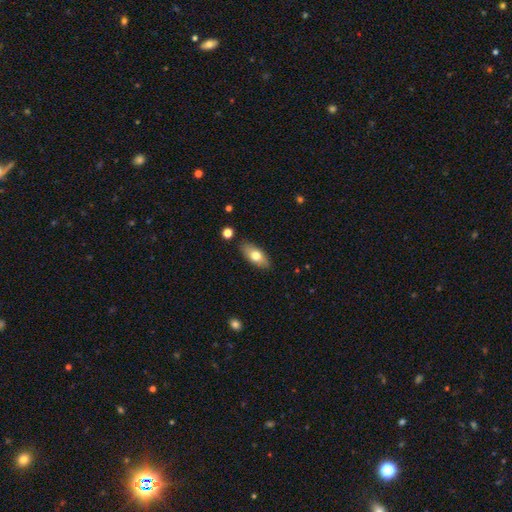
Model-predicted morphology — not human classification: A smooth galaxy with no disk features (72%) that is in between round and cigar-shaped (86%).

Vote fractions:
- Smooth or featured? smooth: 72% / featured or disk: 22% / star or artifact: 7%
- How rounded? in between: 86% / cigar-shaped: 10% / round: 4%
- Merging? none: 86% / minor disturbance: 10% / major disturbance: 2% / merger: 2%